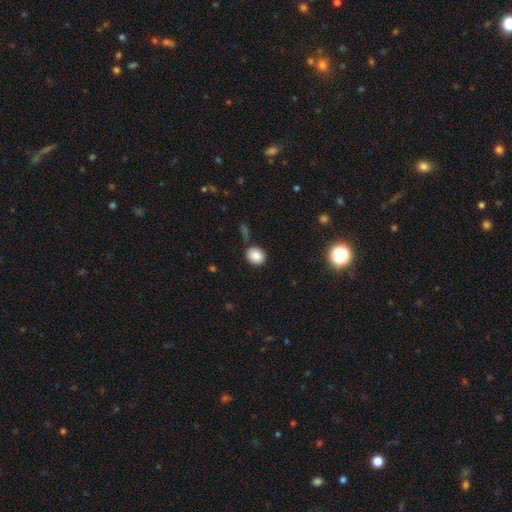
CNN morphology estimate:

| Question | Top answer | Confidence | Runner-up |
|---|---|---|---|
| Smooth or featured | smooth | 85% | star or artifact (9%) |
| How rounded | round | 70% | in between (29%) |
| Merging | none | 79% | minor disturbance (12%) |